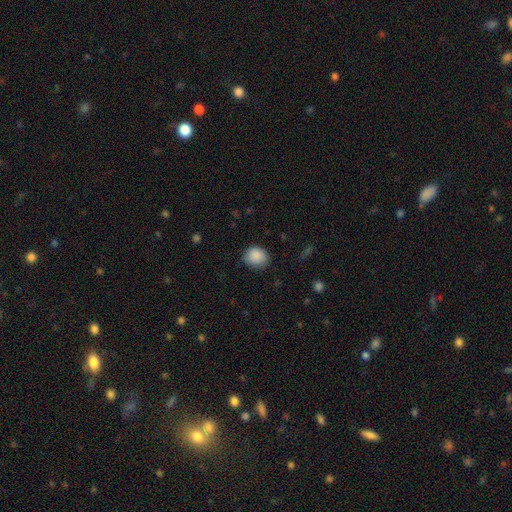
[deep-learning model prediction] Smooth or featured?
  - smooth: 88% *
  - star or artifact: 8%
  - featured or disk: 4%
How rounded?
  - round: 69% *
  - in between: 30%
  - cigar-shaped: 1%
Merging?
  - none: 77% *
  - minor disturbance: 18%
  - major disturbance: 4%
  - merger: 1%